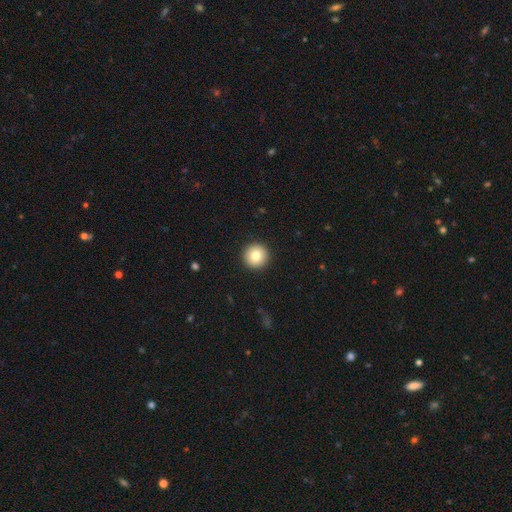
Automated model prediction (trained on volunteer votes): Smooth or featured?
  - smooth: 81% *
  - featured or disk: 10%
  - star or artifact: 9%
How rounded?
  - round: 96% *
  - in between: 3%
  - cigar-shaped: 1%
Merging?
  - none: 93% *
  - minor disturbance: 4%
  - major disturbance: 2%
  - merger: 1%